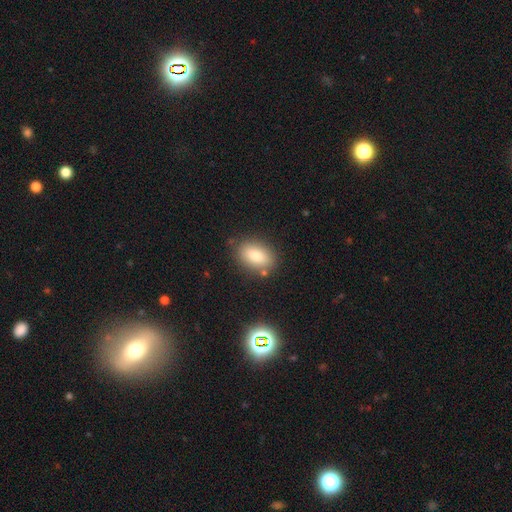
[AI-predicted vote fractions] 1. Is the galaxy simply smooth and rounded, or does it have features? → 83% smooth, 9% featured or disk, 8% star or artifact.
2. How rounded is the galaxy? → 87% in between, 10% round, 3% cigar-shaped.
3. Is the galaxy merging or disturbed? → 80% none, 13% minor disturbance, 4% merger, 4% major disturbance.